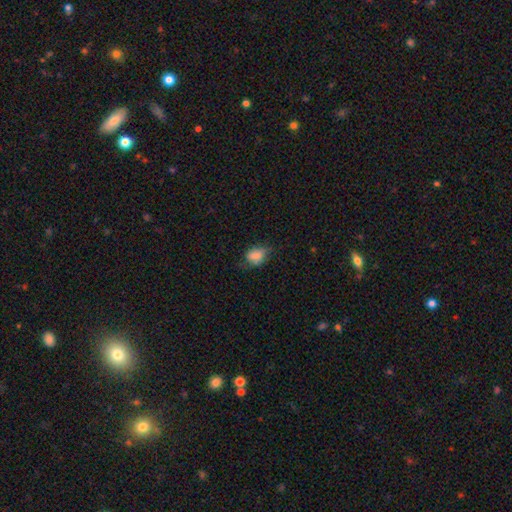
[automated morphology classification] Q: Smooth or featured?
A: smooth (75%); runner-up: featured or disk (16%)
Q: How rounded?
A: in between (77%); runner-up: round (22%)
Q: Merging?
A: none (48%); runner-up: minor disturbance (34%)